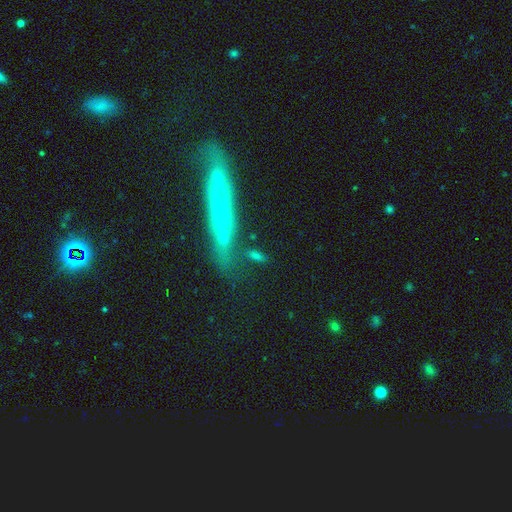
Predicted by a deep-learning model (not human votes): A smooth galaxy with no disk features (48%).

Vote fractions:
- Smooth or featured? smooth: 48% / featured or disk: 32% / star or artifact: 20%
- Merging? none: 61% / minor disturbance: 18% / merger: 12% / major disturbance: 10%